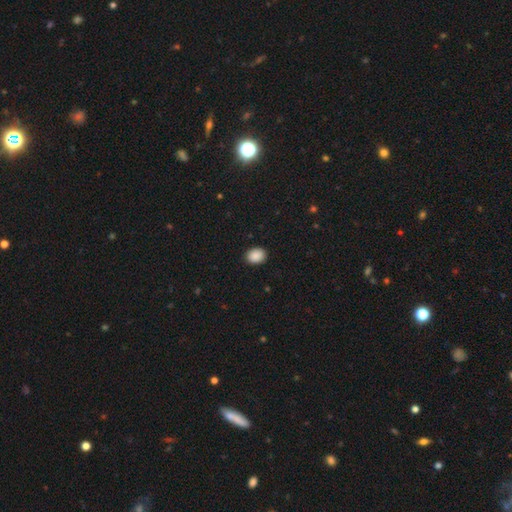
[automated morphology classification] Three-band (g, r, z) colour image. It shows a smooth galaxy with no disk features (89%) that is in between round and cigar-shaped (55%). Merging: none (90%).